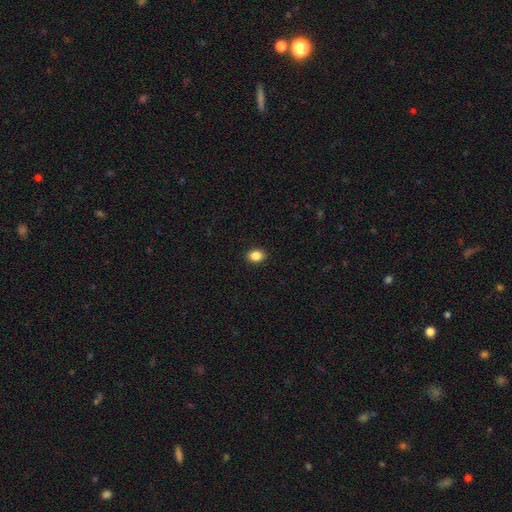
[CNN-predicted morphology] smooth 87%, star or artifact 9%, featured or disk 4%. Down the decision tree: how rounded — in between (71%); merging — none (91%).